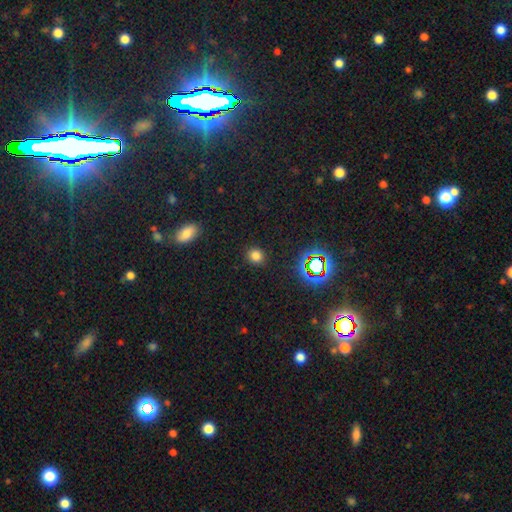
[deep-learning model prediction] Smooth or featured?
  - smooth: 77% *
  - star or artifact: 18%
  - featured or disk: 5%
How rounded?
  - round: 84% *
  - in between: 15%
  - cigar-shaped: 1%
Merging?
  - none: 90% *
  - minor disturbance: 7%
  - major disturbance: 2%
  - merger: 1%